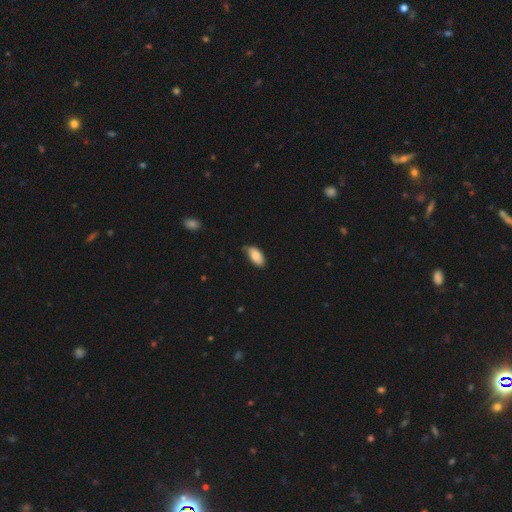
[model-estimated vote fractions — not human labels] smooth_or_featured: smooth (p=0.83) [alt: featured or disk p=0.11]
how_rounded: in between (p=0.93) [alt: cigar-shaped p=0.04]
merging: none (p=0.65) [alt: minor disturbance p=0.29]